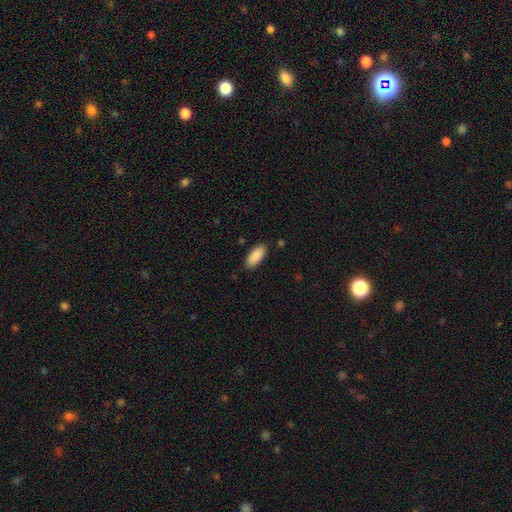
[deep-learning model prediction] A smooth galaxy with no disk features (90%) that is in between round and cigar-shaped (87%). Merging: none (86%).